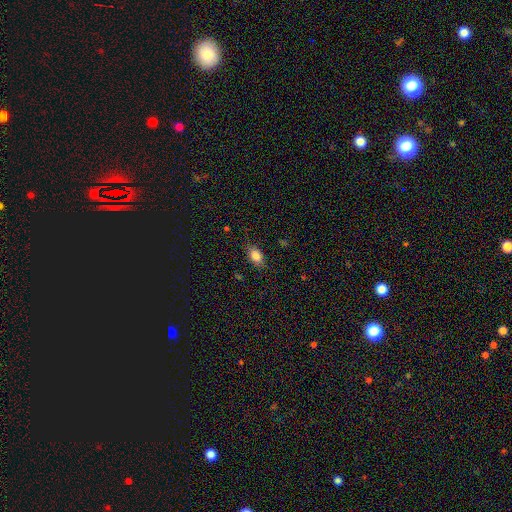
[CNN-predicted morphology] Smooth or featured: smooth — 85% (star or artifact — 9%)
How rounded: in between — 86% (round — 12%)
Merging: none — 83% (minor disturbance — 13%)